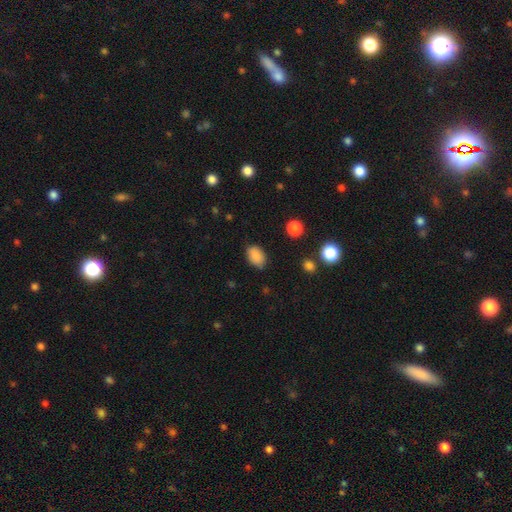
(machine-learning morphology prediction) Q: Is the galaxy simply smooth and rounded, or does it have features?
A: smooth — 87%.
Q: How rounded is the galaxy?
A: in between — 83%.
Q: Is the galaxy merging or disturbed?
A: none — 78%.